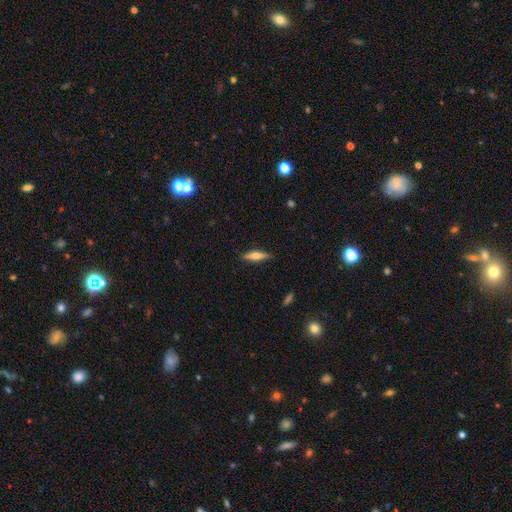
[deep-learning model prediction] Smooth or featured: smooth — 53% (featured or disk — 40%)
How rounded: cigar-shaped — 74% (in between — 24%)
Merging: none — 87% (minor disturbance — 10%)